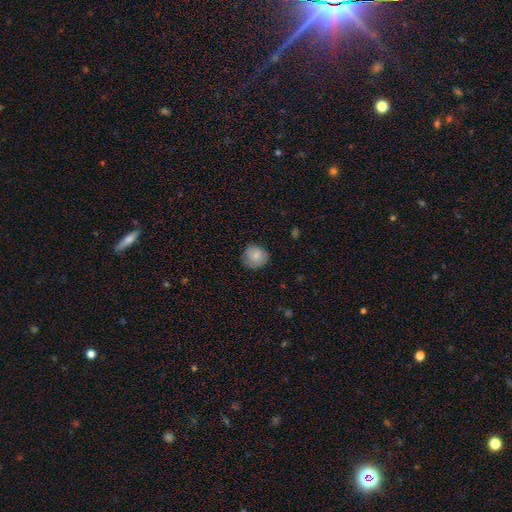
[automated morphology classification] A smooth galaxy with no disk features (81%) that is round (83%). Merging: none (73%).